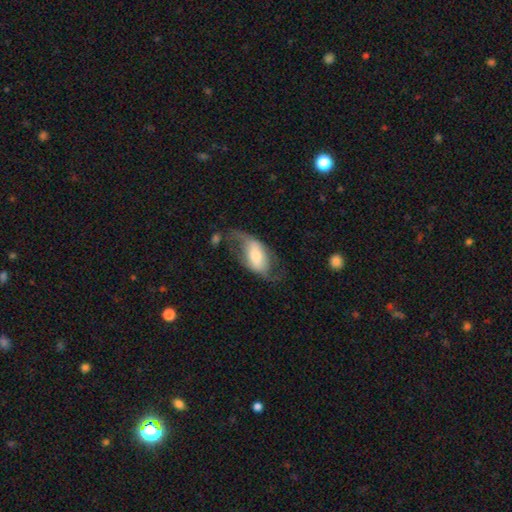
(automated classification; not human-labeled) Smooth or featured?
  - featured or disk: 63% *
  - smooth: 31%
  - star or artifact: 6%
Edge-on disk?
  - no: 90% *
  - yes: 10%
Bar?
  - strong: 38% *
  - weak: 32%
  - no: 30%
Spiral arms?
  - yes: 73% *
  - no: 27%
Bulge size?
  - moderate: 43% *
  - small: 35%
  - large: 15%
  - dominant: 4%
  - none: 3%
Merging?
  - none: 46% *
  - major disturbance: 28%
  - minor disturbance: 23%
  - merger: 4%